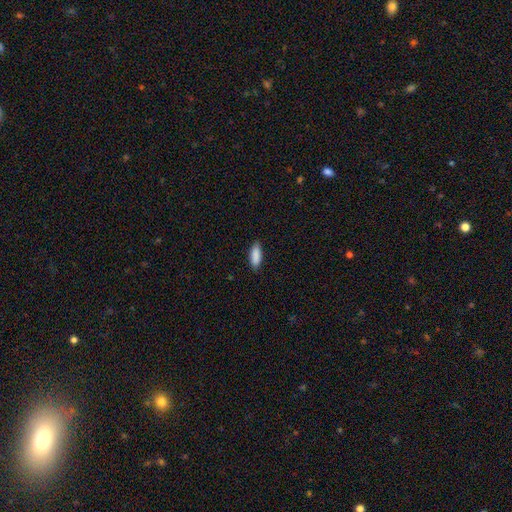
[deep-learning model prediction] Smooth or featured: smooth — 89% (star or artifact — 6%)
How rounded: in between — 68% (cigar-shaped — 30%)
Merging: none — 86% (minor disturbance — 11%)